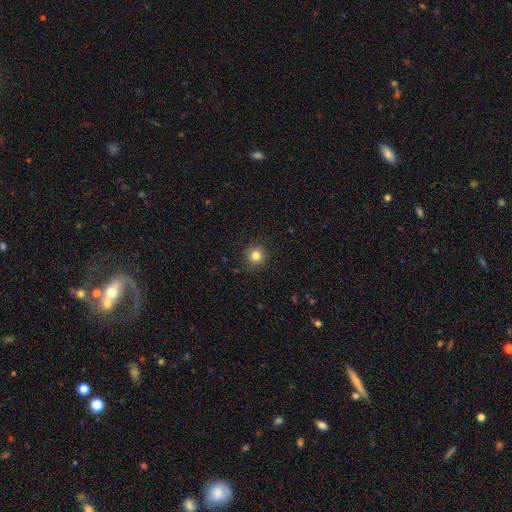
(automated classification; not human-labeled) Smooth or featured: smooth — 82% (star or artifact — 13%)
How rounded: round — 92% (in between — 7%)
Merging: none — 89% (minor disturbance — 8%)